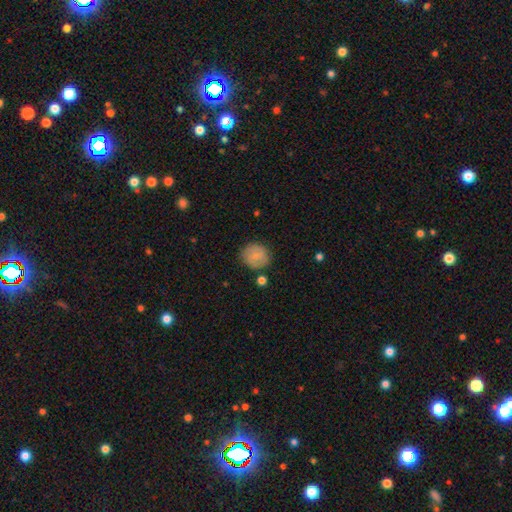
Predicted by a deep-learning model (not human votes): The model was most divided on "smooth or featured": smooth: 67%, featured or disk: 25%, star or artifact: 8%. More confident: how rounded — round (84%); merging — none (78%).